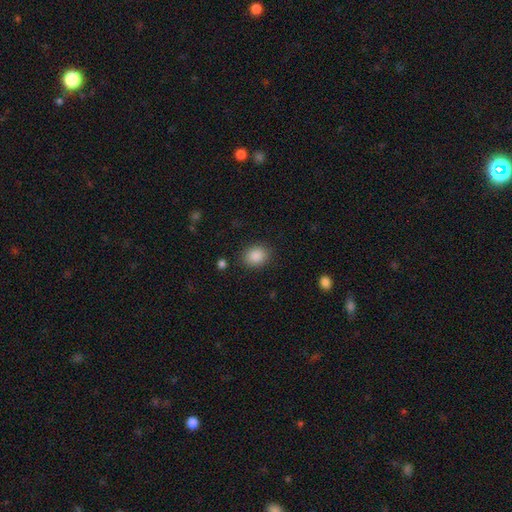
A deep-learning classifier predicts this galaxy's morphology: smooth_or_featured: smooth (p=0.88) [alt: star or artifact p=0.08]
how_rounded: round (p=0.53) [alt: in between p=0.46]
merging: none (p=0.86) [alt: minor disturbance p=0.09]